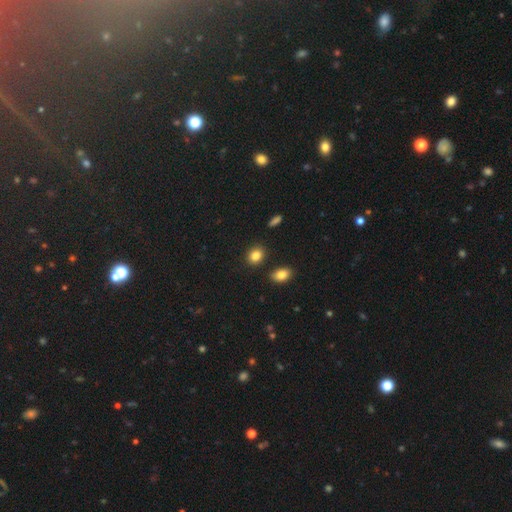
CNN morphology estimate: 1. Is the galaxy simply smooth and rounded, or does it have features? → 85% smooth, 9% star or artifact, 6% featured or disk.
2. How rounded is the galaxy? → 50% round, 49% in between, 1% cigar-shaped.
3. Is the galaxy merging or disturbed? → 84% none, 9% minor disturbance, 4% merger, 2% major disturbance.